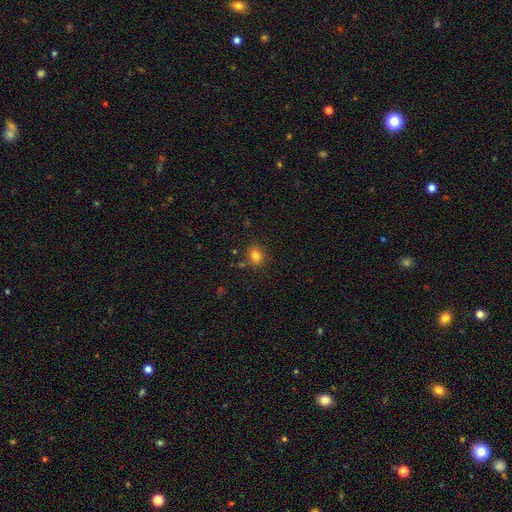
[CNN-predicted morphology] smooth 81%, star or artifact 13%, featured or disk 6%. Down the decision tree: how rounded — round (65%); merging — none (81%).